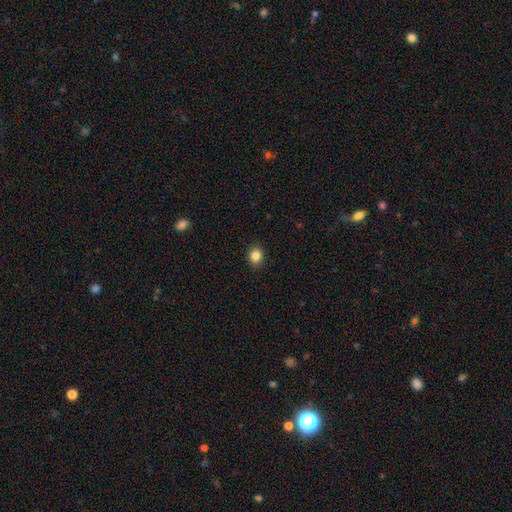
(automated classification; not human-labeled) A smooth galaxy with no disk features (85%) that is round (54%). Merging: none (90%).